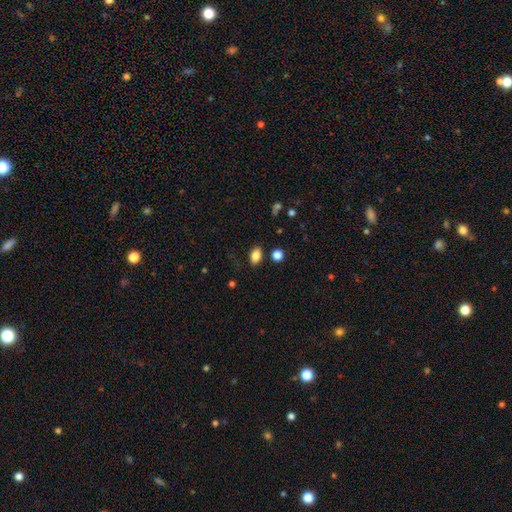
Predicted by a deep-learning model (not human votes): The model was most divided on "merging": none: 81%, minor disturbance: 12%, major disturbance: 3%, merger: 3%. More confident: how rounded — in between (86%); smooth or featured — smooth (84%).